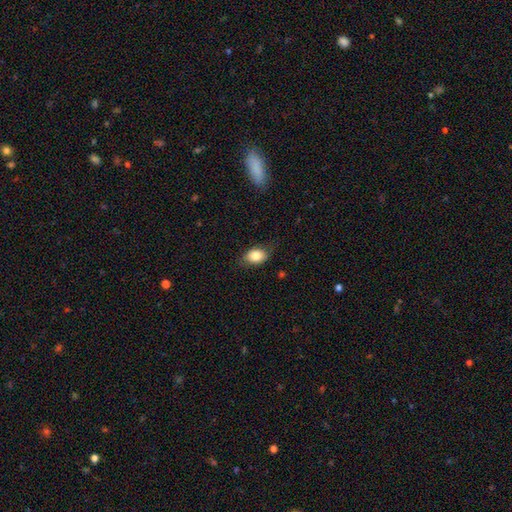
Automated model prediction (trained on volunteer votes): Overall: smooth (82%). How rounded: in between (79%). Merging: none (73%).